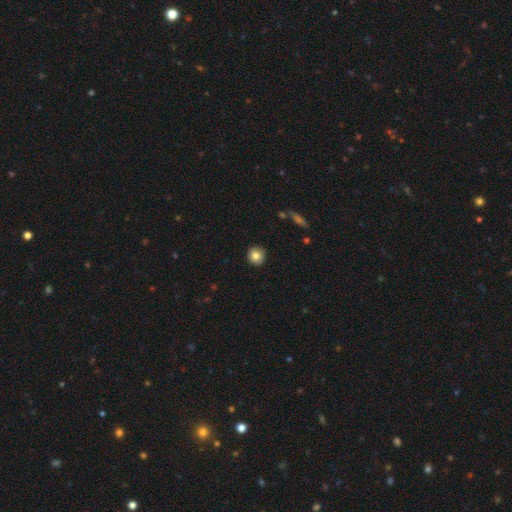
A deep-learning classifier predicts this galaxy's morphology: smooth_or_featured: smooth (p=0.83) [alt: star or artifact p=0.09]
how_rounded: round (p=0.91) [alt: in between p=0.08]
merging: none (p=0.90) [alt: minor disturbance p=0.07]